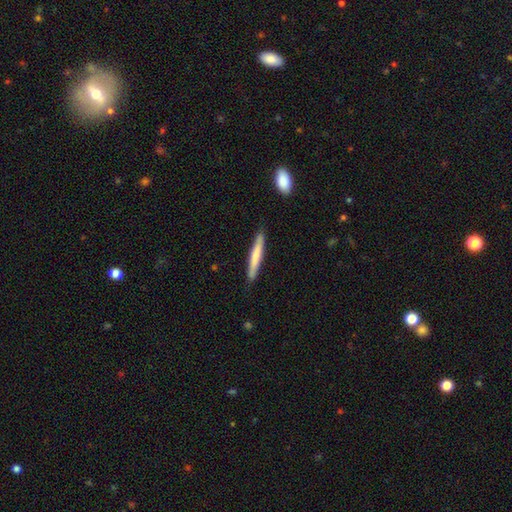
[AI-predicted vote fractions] Overall: smooth (63%; featured or disk 32%). How rounded: cigar-shaped (95%). Merging: none (85%).